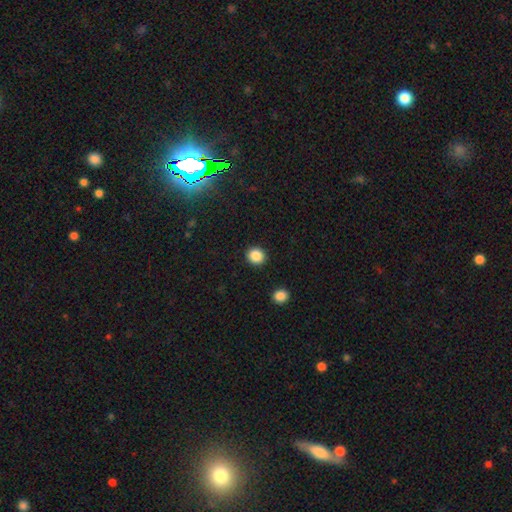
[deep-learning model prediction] Smooth or featured?
  - smooth: 87% *
  - star or artifact: 10%
  - featured or disk: 3%
How rounded?
  - round: 88% *
  - in between: 11%
  - cigar-shaped: 1%
Merging?
  - none: 92% *
  - minor disturbance: 5%
  - major disturbance: 2%
  - merger: 1%